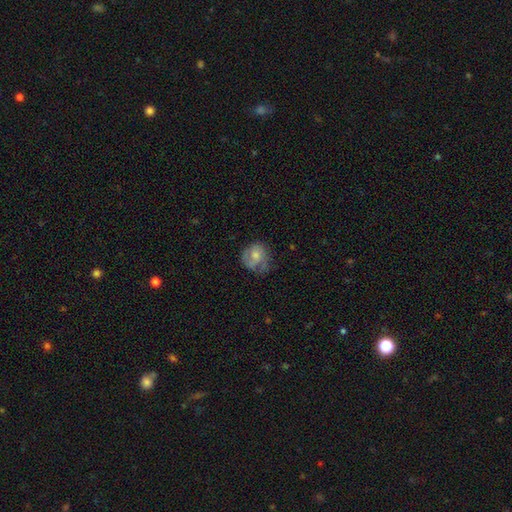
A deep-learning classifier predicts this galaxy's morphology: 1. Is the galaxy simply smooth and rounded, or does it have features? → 61% smooth, 31% featured or disk, 8% star or artifact.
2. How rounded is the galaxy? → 72% round, 27% in between, 1% cigar-shaped.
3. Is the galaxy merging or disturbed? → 49% none, 30% minor disturbance, 19% major disturbance, 2% merger.